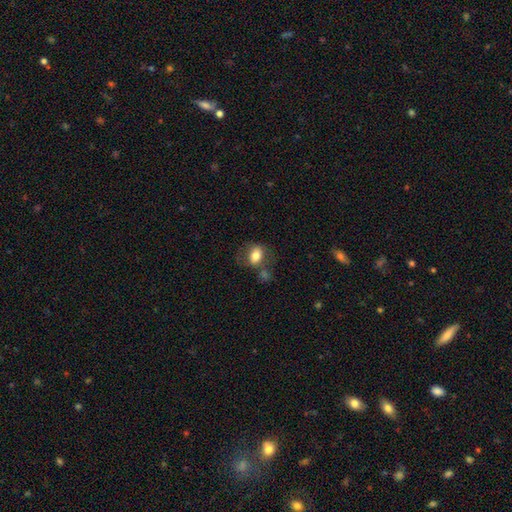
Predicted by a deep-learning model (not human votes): smooth_or_featured: smooth (p=0.73) [alt: featured or disk p=0.18]
how_rounded: in between (p=0.72) [alt: round p=0.26]
merging: none (p=0.51) [alt: minor disturbance p=0.20]